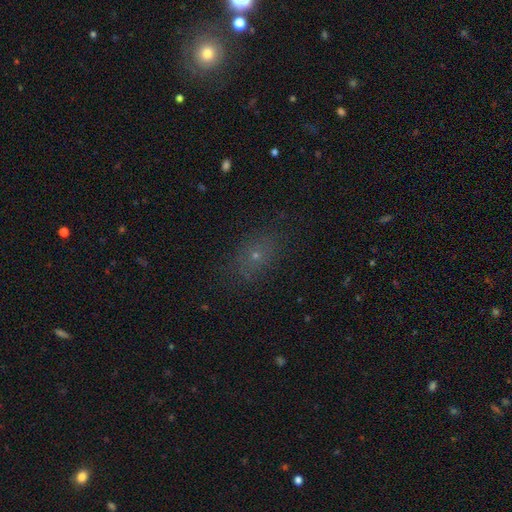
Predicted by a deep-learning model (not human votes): The model was most divided on "how rounded": in between: 64%, round: 34%, cigar-shaped: 3%. More confident: merging — none (78%); smooth or featured — smooth (58%).